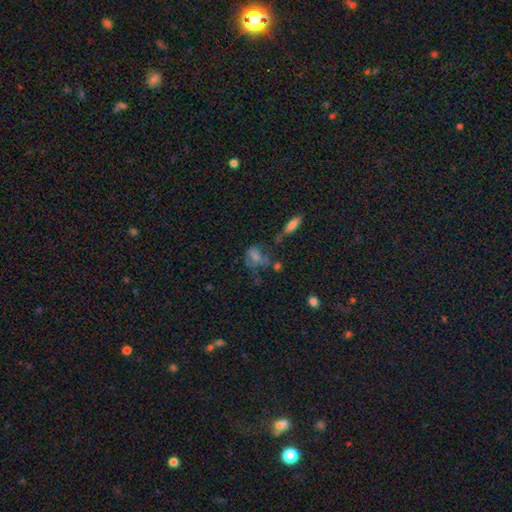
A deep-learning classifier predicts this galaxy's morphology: The model was most divided on "smooth or featured": smooth: 41%, featured or disk: 36%, star or artifact: 23%. Remaining: merging — none (40%).